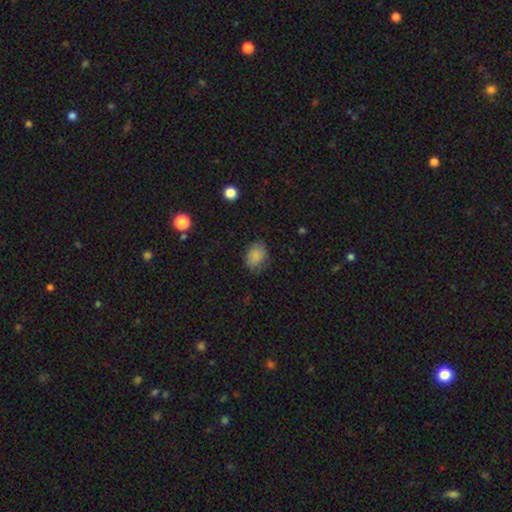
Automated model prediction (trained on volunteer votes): Morphology: type=smooth (85%); roundness=in between (68%); merging=none (74%).